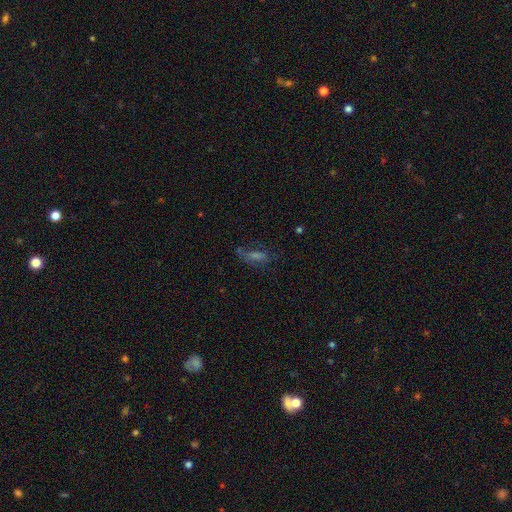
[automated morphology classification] smooth-or-featured: smooth: 41% | featured or disk: 32% | star or artifact: 27%
  merging: none: 60% | minor disturbance: 21% | major disturbance: 15% | merger: 4%